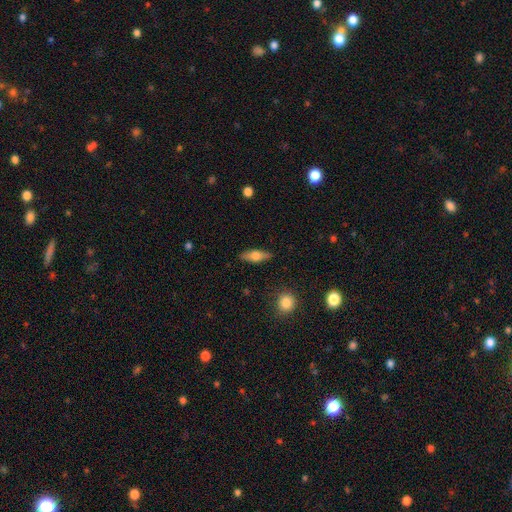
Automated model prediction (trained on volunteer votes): Morphology: type=smooth (53%); roundness=in between (55%); merging=none (86%).